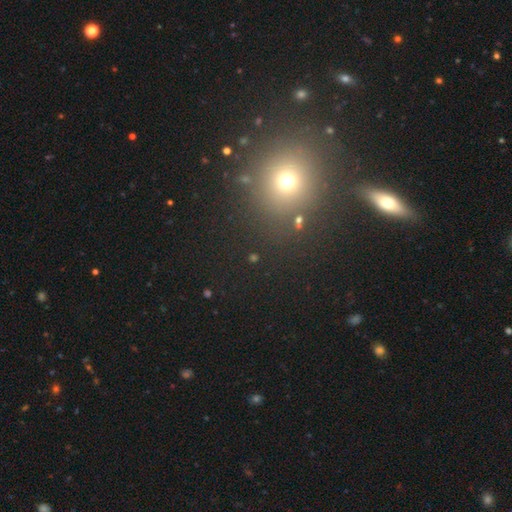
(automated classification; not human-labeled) Smooth or featured? smooth (47%)
Merging? none (84%)